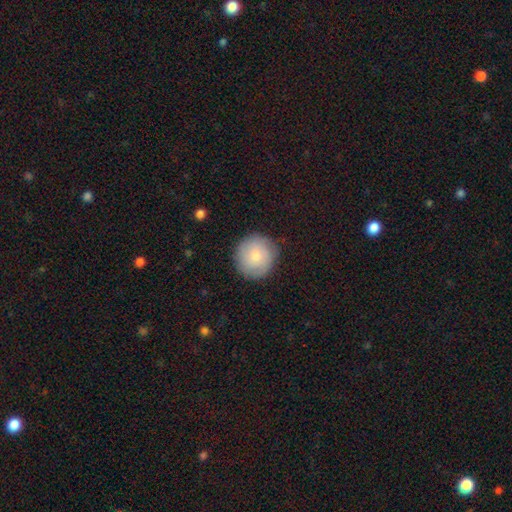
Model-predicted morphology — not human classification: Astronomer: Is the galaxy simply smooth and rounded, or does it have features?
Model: smooth — 73%.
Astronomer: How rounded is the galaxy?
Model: round — 93%.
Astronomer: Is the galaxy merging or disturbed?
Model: none — 83%.